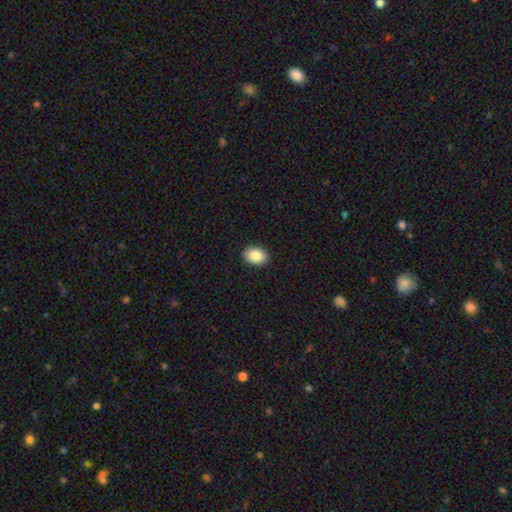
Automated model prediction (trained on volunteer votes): Q: Smooth or featured?
A: smooth (86%); runner-up: star or artifact (8%)
Q: How rounded?
A: in between (74%); runner-up: round (25%)
Q: Merging?
A: none (91%); runner-up: minor disturbance (6%)